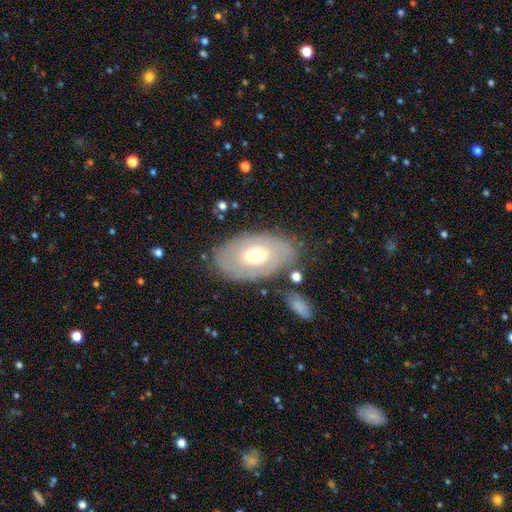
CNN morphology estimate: smooth_or_featured: featured or disk (p=0.60) [alt: smooth p=0.34]
disk_edge_on: no (p=0.92) [alt: yes p=0.08]
bar: no (p=0.73) [alt: weak p=0.21]
has_spiral_arms: yes (p=0.57) [alt: no p=0.43]
bulge_size: moderate (p=0.69) [alt: small p=0.16]
merging: none (p=0.74) [alt: minor disturbance p=0.16]